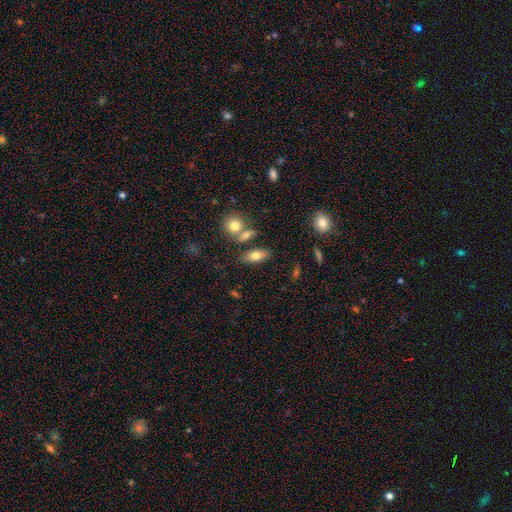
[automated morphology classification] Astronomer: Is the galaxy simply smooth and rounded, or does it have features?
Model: smooth — 71%.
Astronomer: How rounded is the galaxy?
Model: in between — 79%.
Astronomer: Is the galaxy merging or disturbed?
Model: none — 69%.